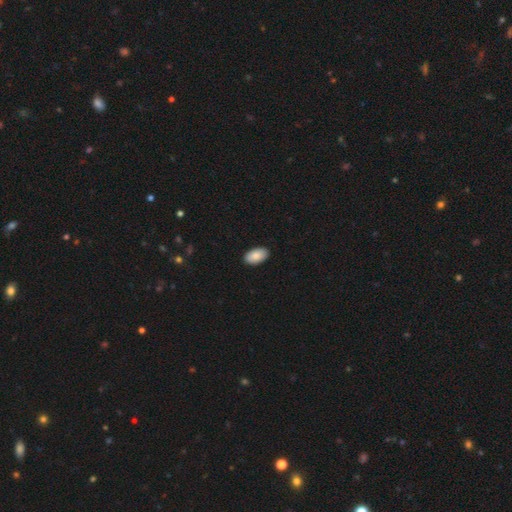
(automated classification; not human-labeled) smooth_or_featured: smooth (p=0.88) [alt: star or artifact p=0.06]
how_rounded: in between (p=0.95) [alt: round p=0.03]
merging: none (p=0.90) [alt: minor disturbance p=0.07]